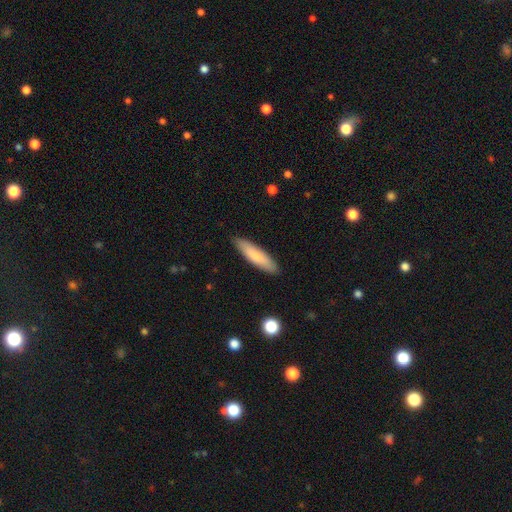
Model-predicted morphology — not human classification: smooth_or_featured: smooth (p=0.77) [alt: featured or disk p=0.18]
how_rounded: cigar-shaped (p=0.71) [alt: in between p=0.28]
merging: none (p=0.88) [alt: minor disturbance p=0.09]